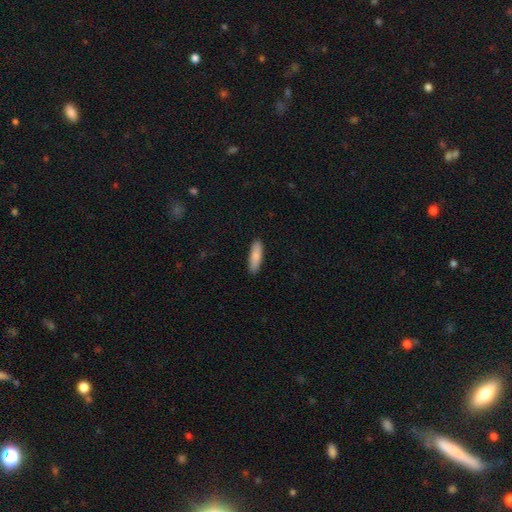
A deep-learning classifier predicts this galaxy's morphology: smooth_or_featured: smooth (p=0.86) [alt: featured or disk p=0.09]
how_rounded: cigar-shaped (p=0.62) [alt: in between p=0.36]
merging: none (p=0.90) [alt: minor disturbance p=0.08]